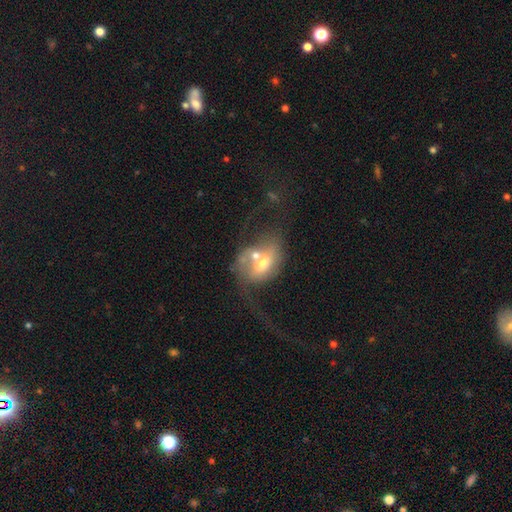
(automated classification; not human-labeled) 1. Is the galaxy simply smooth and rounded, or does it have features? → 47% featured or disk, 43% smooth, 10% star or artifact.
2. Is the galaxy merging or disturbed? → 50% merger, 22% major disturbance, 17% none, 11% minor disturbance.